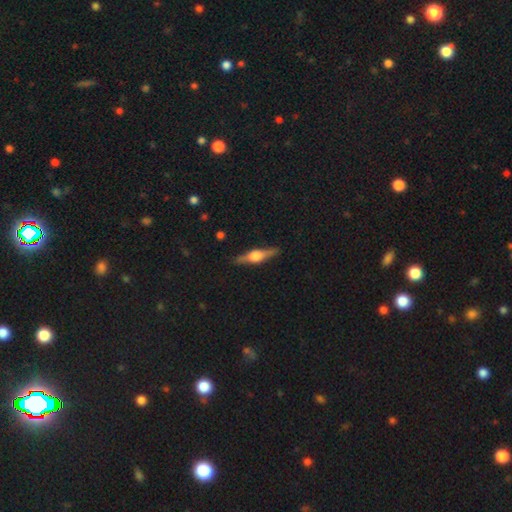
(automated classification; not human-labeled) Morphology: type=featured or disk (76%); edge-on=yes (98%); edge-on bulge=rounded (91%); merging=none (89%).